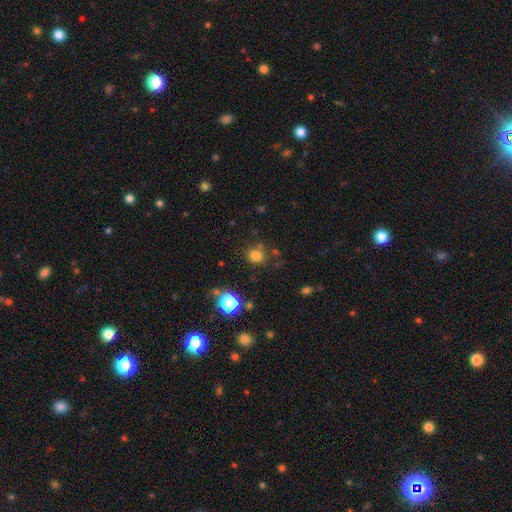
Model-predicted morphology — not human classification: Smooth or featured: smooth — 77% (star or artifact — 17%)
How rounded: round — 81% (in between — 18%)
Merging: none — 75% (minor disturbance — 12%)